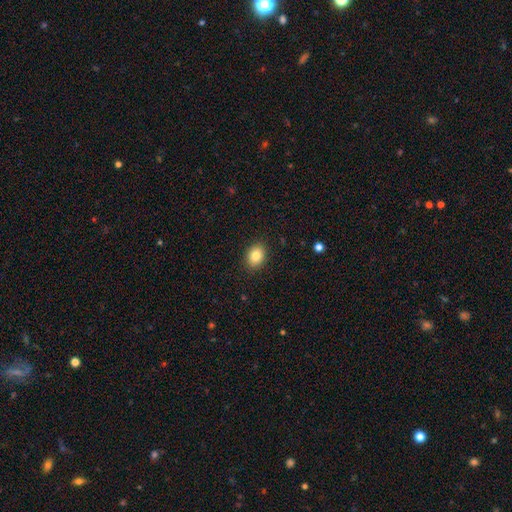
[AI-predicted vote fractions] Smooth or featured?
  - smooth: 85% *
  - star or artifact: 9%
  - featured or disk: 6%
How rounded?
  - in between: 58% *
  - round: 41%
  - cigar-shaped: 1%
Merging?
  - none: 89% *
  - minor disturbance: 8%
  - major disturbance: 2%
  - merger: 1%